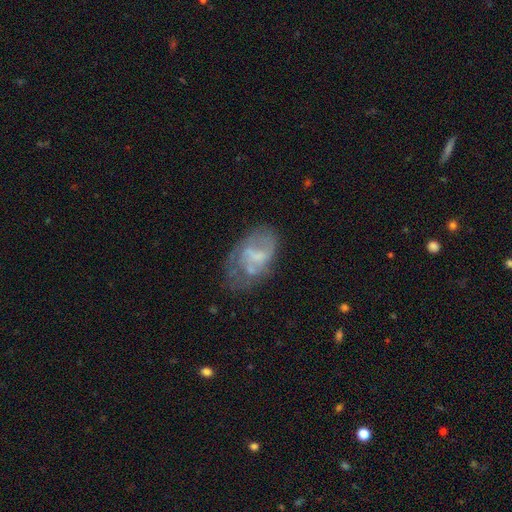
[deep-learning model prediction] Morphology: type=featured or disk (56%); edge-on=no (96%); bar=no (50%); spiral arms=no (61%); bulge=none (44%); merging=none (39%).